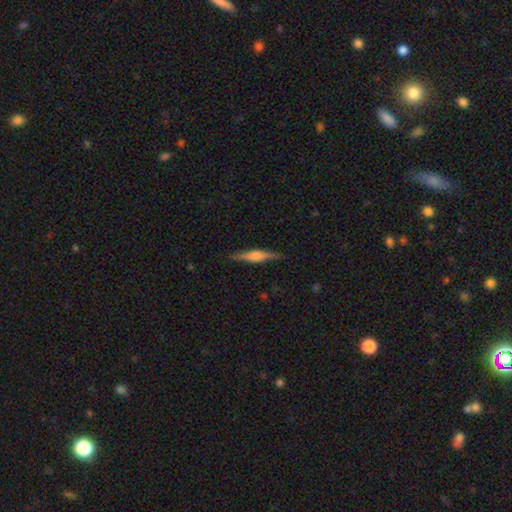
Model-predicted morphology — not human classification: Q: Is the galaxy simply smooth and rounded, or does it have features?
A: featured or disk — 61%.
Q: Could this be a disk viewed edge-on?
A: yes — 97%.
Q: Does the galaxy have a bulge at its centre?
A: rounded — 70%.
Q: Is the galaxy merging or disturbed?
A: none — 87%.